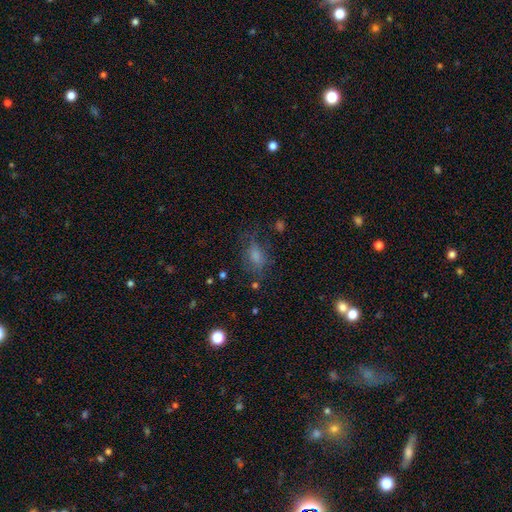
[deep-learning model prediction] Smooth or featured? smooth (55%)
How rounded? in between (75%)
Merging? none (64%)